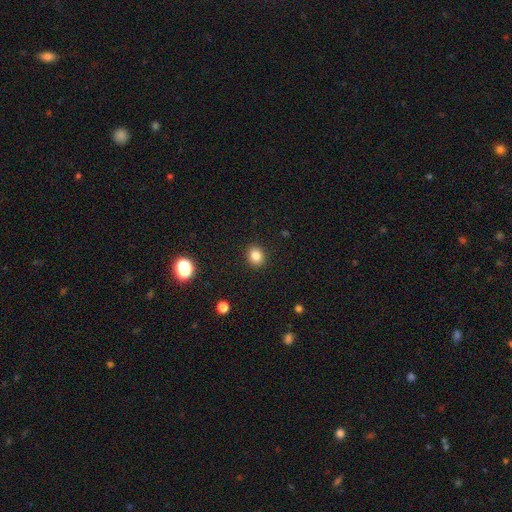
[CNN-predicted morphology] A smooth galaxy with no disk features (82%) that is round (71%). Merging: none (91%).